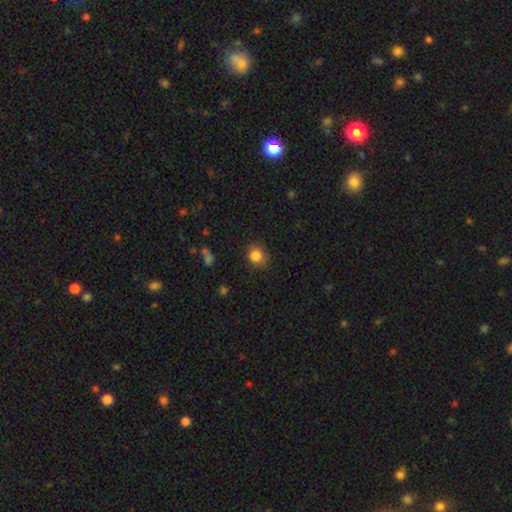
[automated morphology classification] smooth 84%, star or artifact 10%, featured or disk 6%. Down the decision tree: how rounded — round (78%); merging — none (80%).